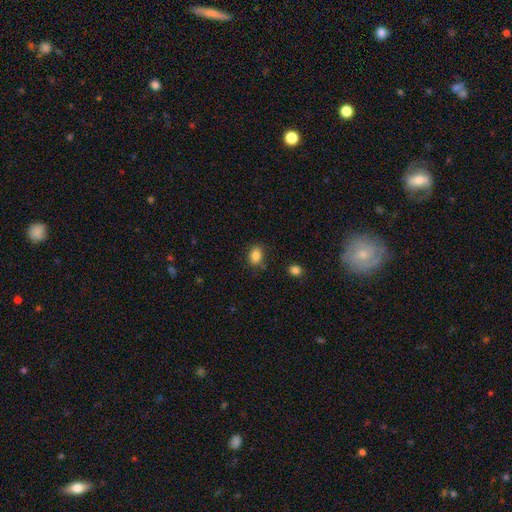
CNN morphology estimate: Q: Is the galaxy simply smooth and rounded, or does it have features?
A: smooth — 85%.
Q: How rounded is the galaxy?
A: in between — 71%.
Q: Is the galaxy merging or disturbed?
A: none — 79%.